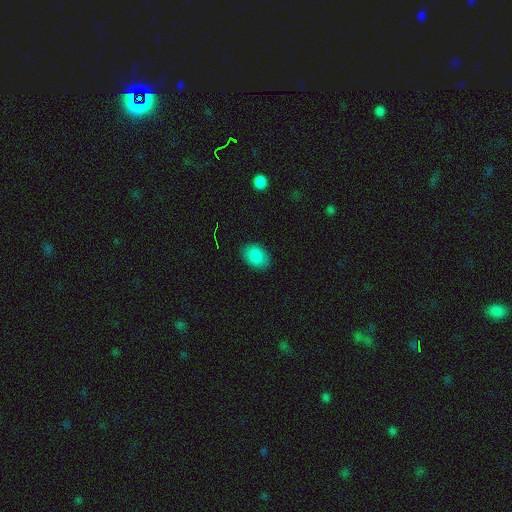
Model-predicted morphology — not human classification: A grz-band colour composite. It shows a smooth galaxy with no disk features (87%) that is in between round and cigar-shaped (81%). Merging: none (87%).